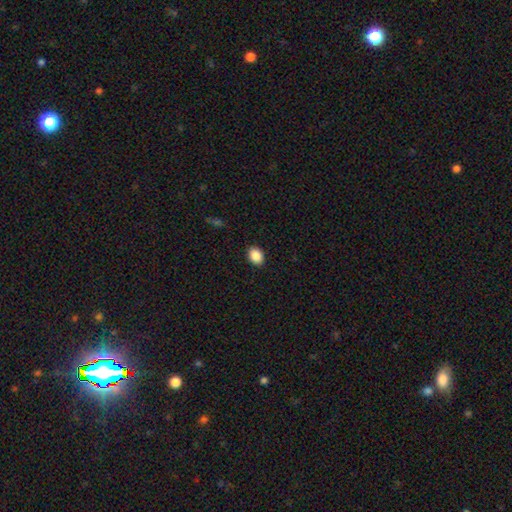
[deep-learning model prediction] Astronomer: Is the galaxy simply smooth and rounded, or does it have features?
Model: smooth — 89%.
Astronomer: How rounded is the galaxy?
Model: in between — 71%.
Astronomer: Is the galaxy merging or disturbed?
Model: none — 90%.